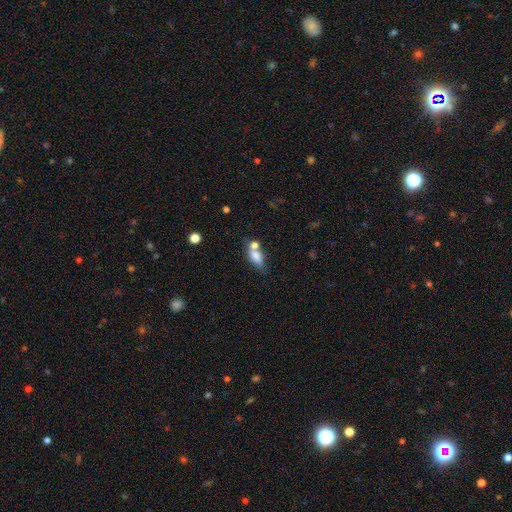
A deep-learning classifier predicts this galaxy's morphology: smooth_or_featured: smooth (p=0.74) [alt: featured or disk p=0.17]
how_rounded: in between (p=0.77) [alt: cigar-shaped p=0.15]
merging: none (p=0.44) [alt: merger p=0.32]